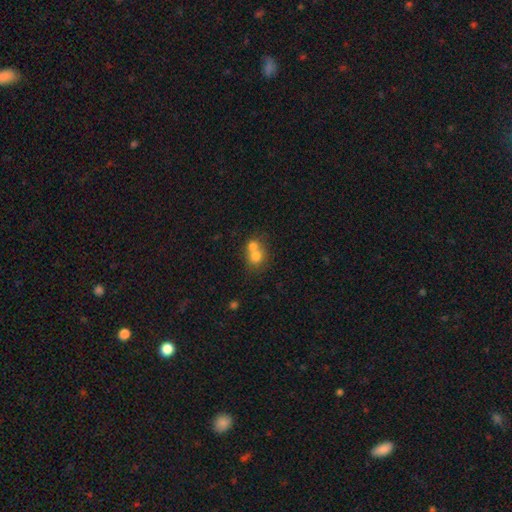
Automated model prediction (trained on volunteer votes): smooth_or_featured: smooth (p=0.73) [alt: featured or disk p=0.16]
how_rounded: round (p=0.76) [alt: in between p=0.23]
merging: merger (p=0.63) [alt: none p=0.28]